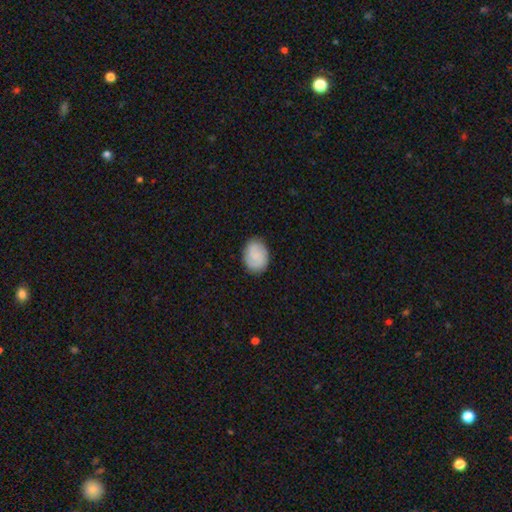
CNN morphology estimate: type=smooth (59%); roundness=in between (65%); merging=none (83%).